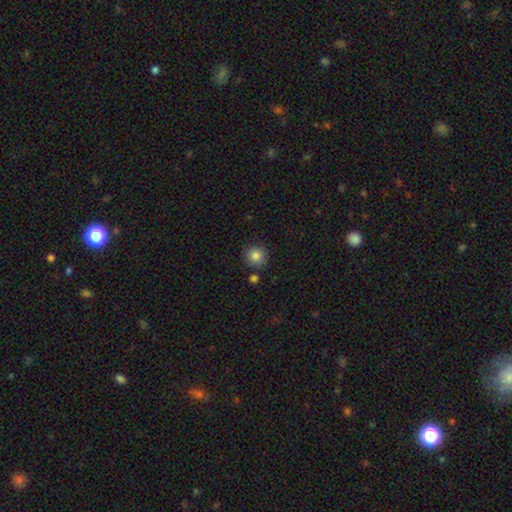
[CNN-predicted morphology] Smooth or featured: smooth — 85% (star or artifact — 10%)
How rounded: round — 93% (in between — 6%)
Merging: none — 84% (minor disturbance — 8%)